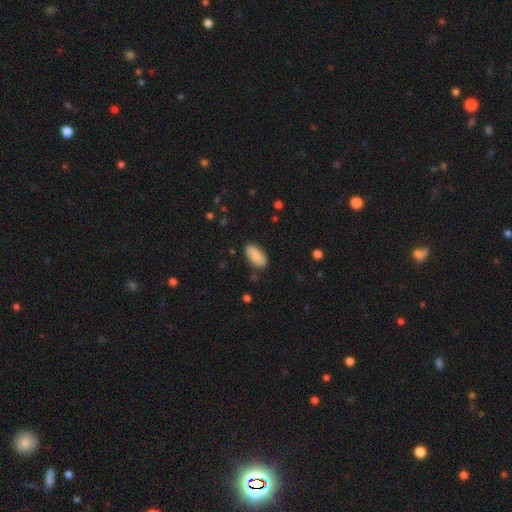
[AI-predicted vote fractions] Morphology: type=smooth (77%); roundness=in between (91%); merging=none (82%).